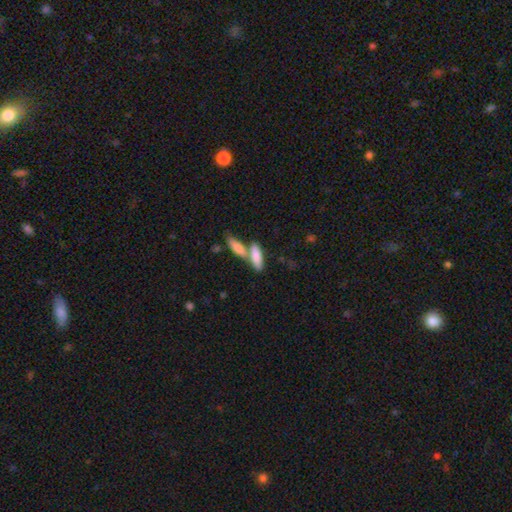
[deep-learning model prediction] A smooth galaxy with no disk features (80%) that is in between round and cigar-shaped (56%). Merging: merger (51%).